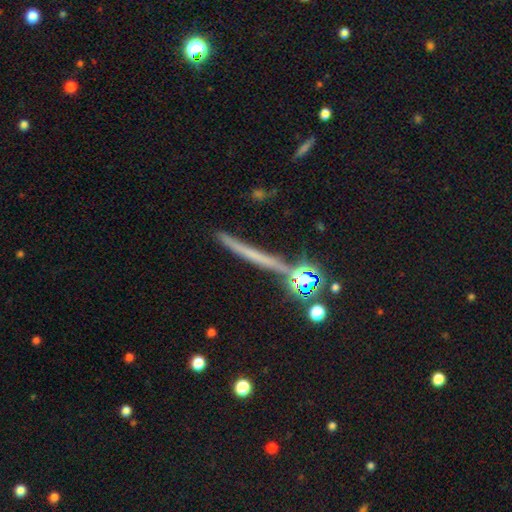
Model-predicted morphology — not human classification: Smooth or featured: smooth — 39% (tied with featured or disk — 39%)
Merging: none — 79% (minor disturbance — 12%)